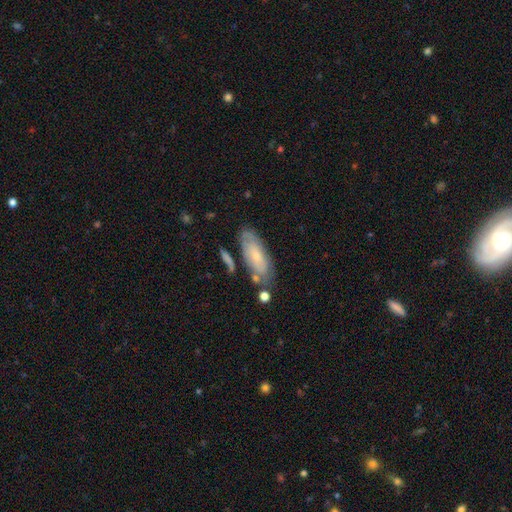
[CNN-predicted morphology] Smooth or featured?
  - smooth: 51% *
  - featured or disk: 41%
  - star or artifact: 8%
How rounded?
  - in between: 73% *
  - cigar-shaped: 24%
  - round: 2%
Merging?
  - none: 70% *
  - minor disturbance: 18%
  - merger: 7%
  - major disturbance: 5%